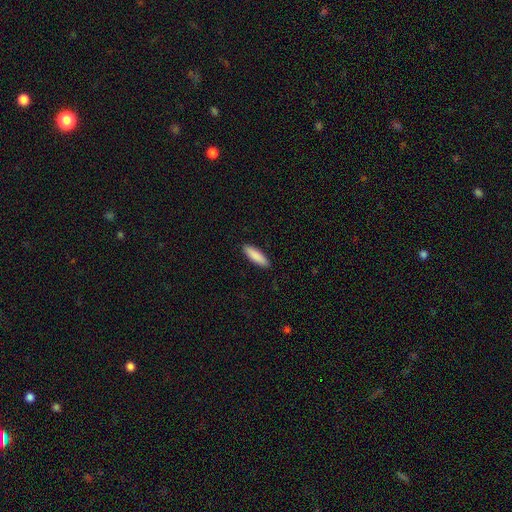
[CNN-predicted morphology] smooth 89%, featured or disk 6%, star or artifact 5%. Down the decision tree: how rounded — cigar-shaped (59%); merging — none (91%).